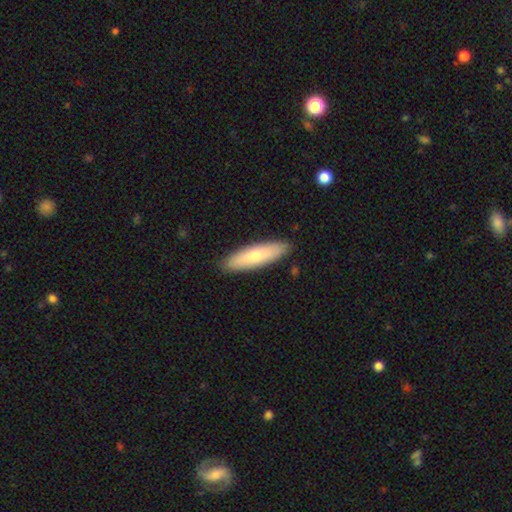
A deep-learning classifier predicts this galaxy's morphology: This is likely a smooth galaxy (71%). How rounded: likely cigar-shaped (65%). Merging: clearly none (89%).